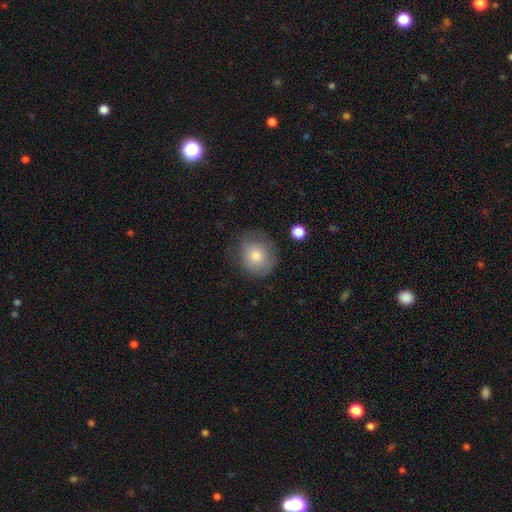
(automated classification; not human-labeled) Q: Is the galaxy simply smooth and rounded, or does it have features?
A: smooth — 76%.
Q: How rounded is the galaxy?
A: round — 86%.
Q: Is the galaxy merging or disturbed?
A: none — 72%.